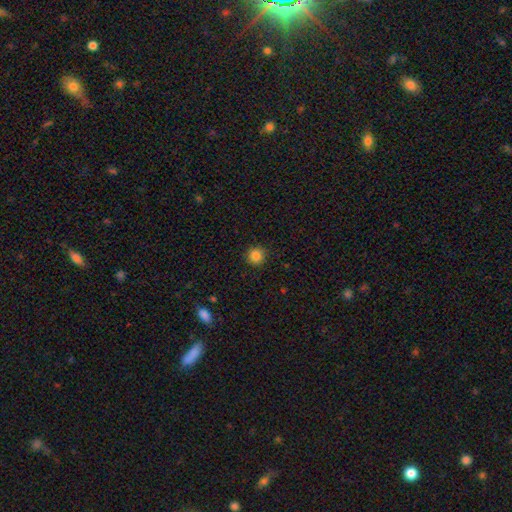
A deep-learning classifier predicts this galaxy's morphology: The model was most divided on "smooth or featured": smooth: 84%, star or artifact: 12%, featured or disk: 4%. More confident: how rounded — round (93%); merging — none (90%).